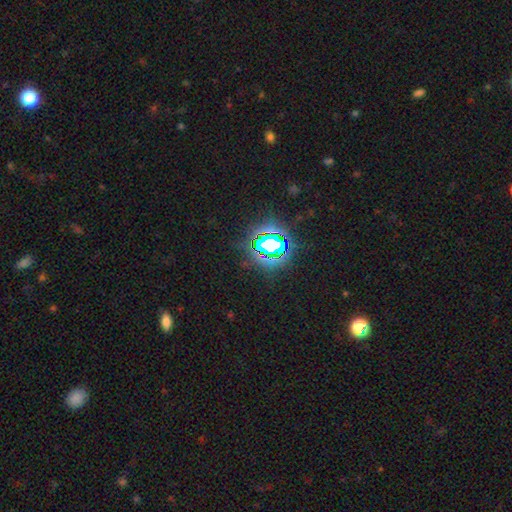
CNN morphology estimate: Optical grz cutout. It shows a star or artifact, not a galaxy (80%).